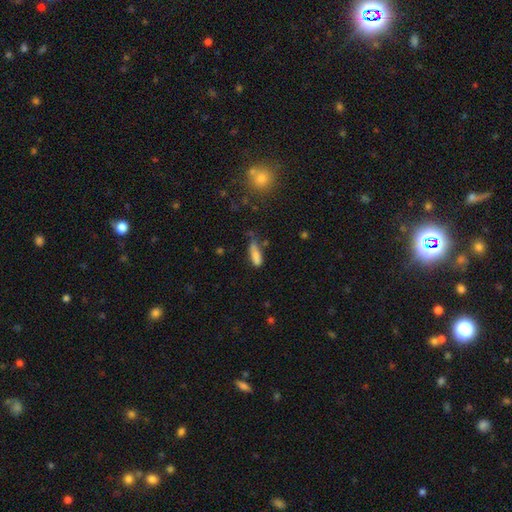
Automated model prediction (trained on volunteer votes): This is likely a smooth galaxy (79%). How rounded: possibly cigar-shaped (51%). Merging: possibly none (46%).